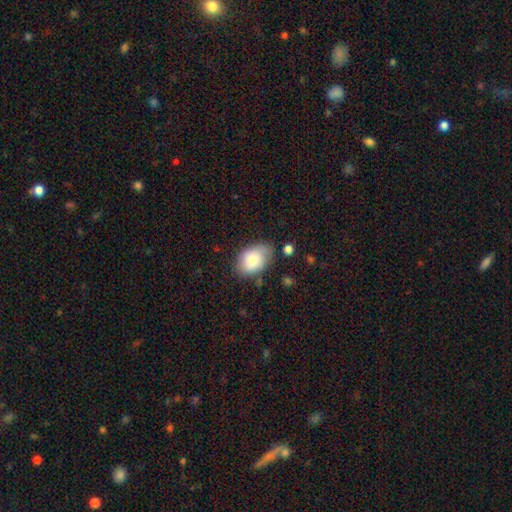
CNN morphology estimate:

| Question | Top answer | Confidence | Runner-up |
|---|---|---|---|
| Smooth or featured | smooth | 77% | featured or disk (15%) |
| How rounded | in between | 83% | round (16%) |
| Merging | none | 66% | minor disturbance (25%) |